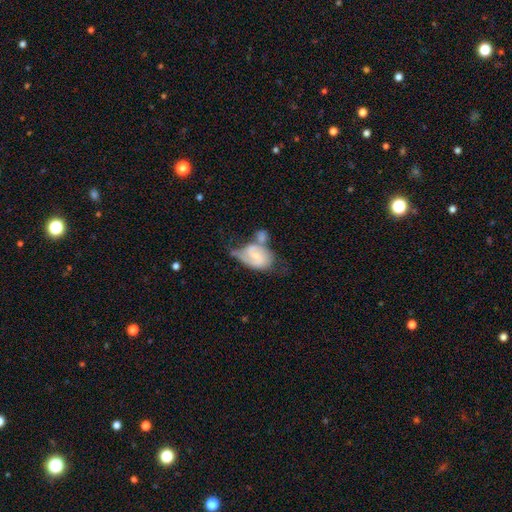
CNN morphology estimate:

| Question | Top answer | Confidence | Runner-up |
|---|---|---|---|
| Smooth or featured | featured or disk | 61% | smooth (32%) |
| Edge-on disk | no | 97% | yes (3%) |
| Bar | weak | 47% | no (39%) |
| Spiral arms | yes | 81% | no (19%) |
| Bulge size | small | 57% | moderate (32%) |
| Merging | merger | 39% | none (23%) |